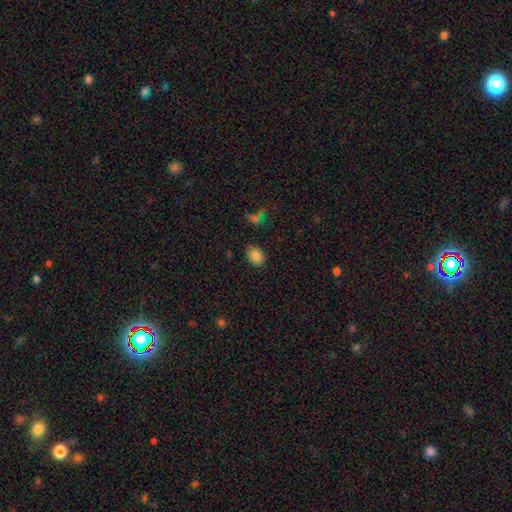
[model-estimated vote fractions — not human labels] Smooth or featured: smooth — 83% (star or artifact — 10%)
How rounded: in between — 67% (round — 32%)
Merging: none — 84% (minor disturbance — 12%)